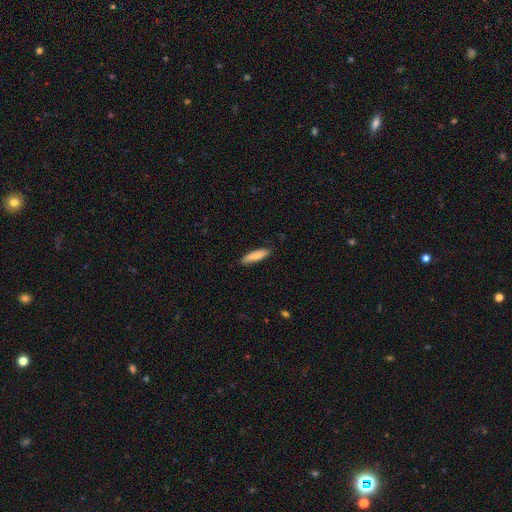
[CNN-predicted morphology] smooth 81%, featured or disk 13%, star or artifact 6%. Down the decision tree: how rounded — cigar-shaped (69%); merging — none (86%).